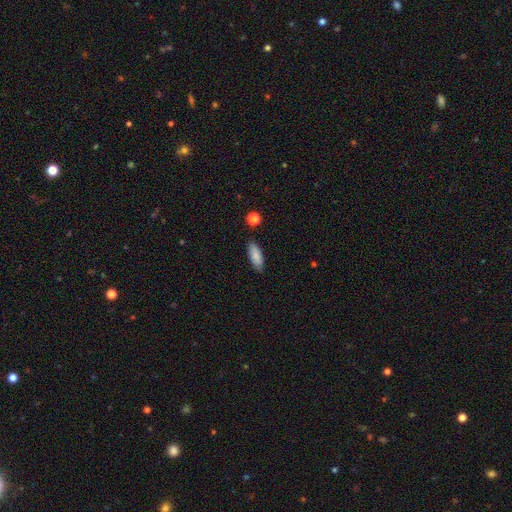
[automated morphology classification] The model was most divided on "how rounded": in between: 69%, cigar-shaped: 29%, round: 2%. More confident: merging — none (86%); smooth or featured — smooth (86%).